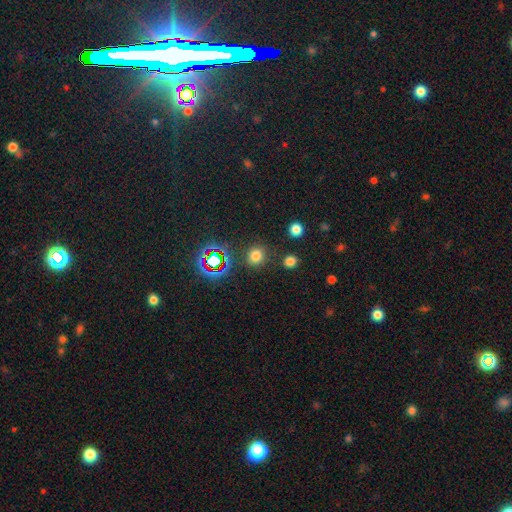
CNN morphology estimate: Smooth or featured?
  - smooth: 71% *
  - star or artifact: 22%
  - featured or disk: 6%
How rounded?
  - round: 88% *
  - in between: 11%
  - cigar-shaped: 1%
Merging?
  - none: 86% *
  - minor disturbance: 7%
  - merger: 4%
  - major disturbance: 3%